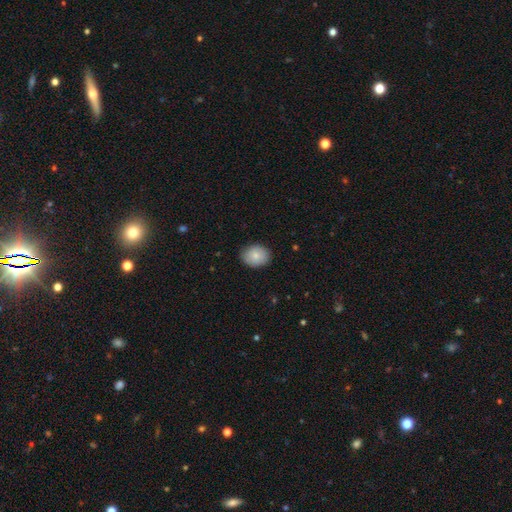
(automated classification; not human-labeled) Morphology: type=smooth (82%); roundness=in between (52%); merging=none (85%).